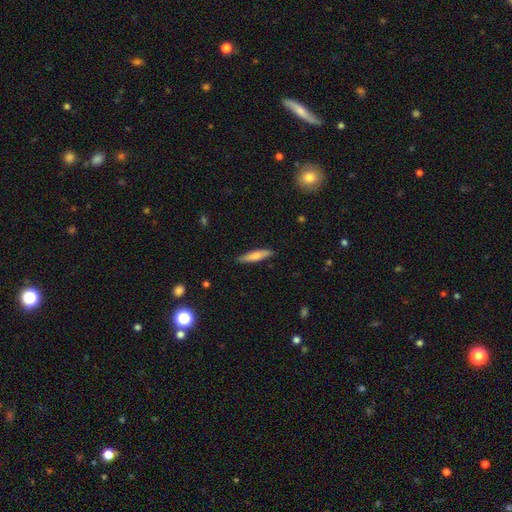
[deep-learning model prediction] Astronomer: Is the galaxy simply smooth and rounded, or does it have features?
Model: smooth — 72%.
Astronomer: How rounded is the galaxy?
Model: cigar-shaped — 81%.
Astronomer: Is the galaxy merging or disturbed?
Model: none — 87%.